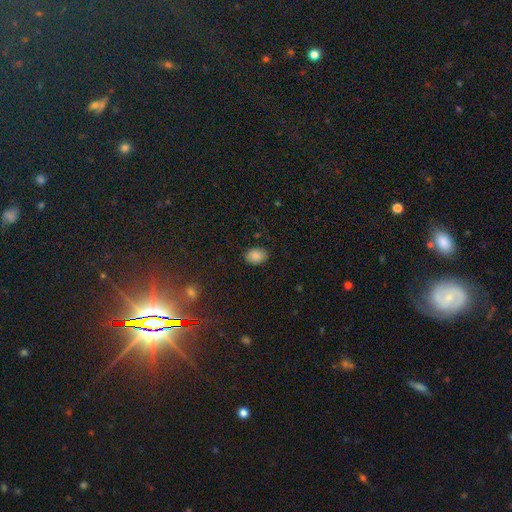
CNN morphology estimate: Smooth or featured: smooth — 84% (star or artifact — 11%)
How rounded: in between — 72% (round — 27%)
Merging: none — 85% (minor disturbance — 11%)